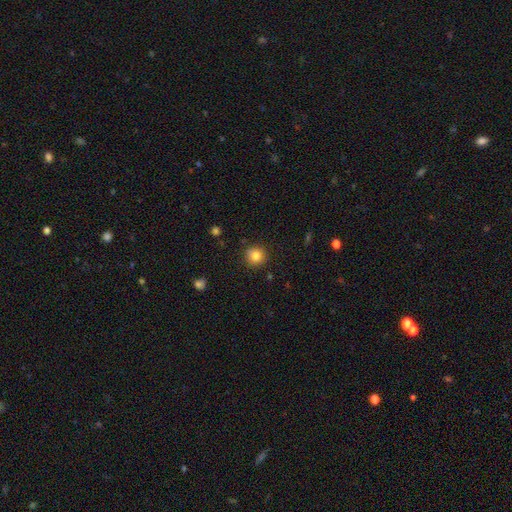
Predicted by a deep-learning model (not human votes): Smooth or featured: smooth — 82% (star or artifact — 11%)
How rounded: round — 93% (in between — 6%)
Merging: none — 88% (minor disturbance — 9%)